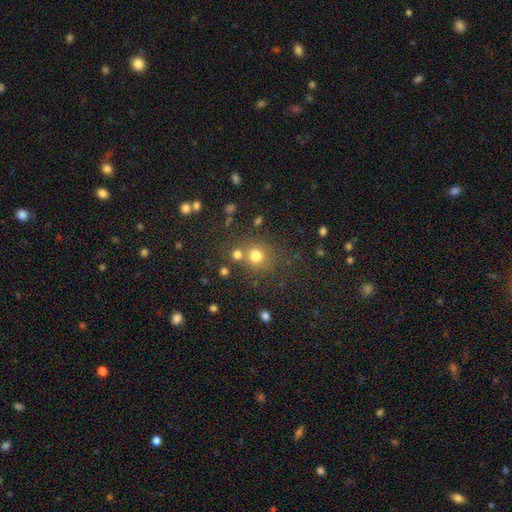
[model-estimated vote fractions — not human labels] Smooth or featured? smooth (75%)
How rounded? round (87%)
Merging? none (64%)